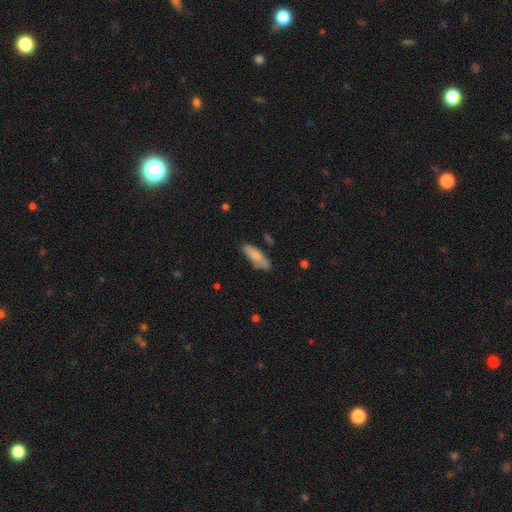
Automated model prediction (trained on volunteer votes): This appears to be a smooth galaxy with no disk features (79%) that is in between round and cigar-shaped (49%, tied with cigar-shaped). Merging: none (76%).